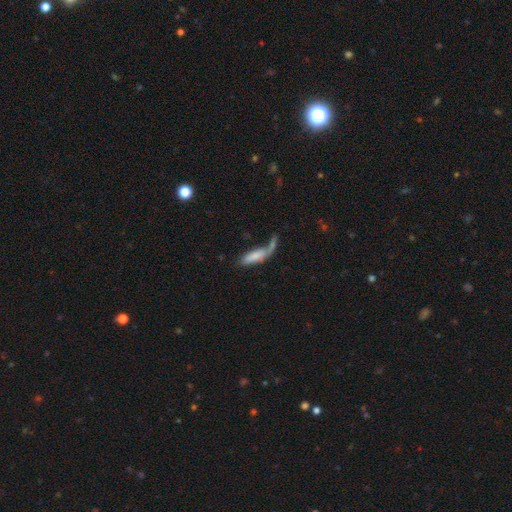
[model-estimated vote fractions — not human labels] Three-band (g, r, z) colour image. It shows a smooth galaxy with no disk features (75%) that is cigar-shaped (50%). Merging: merger (37%).